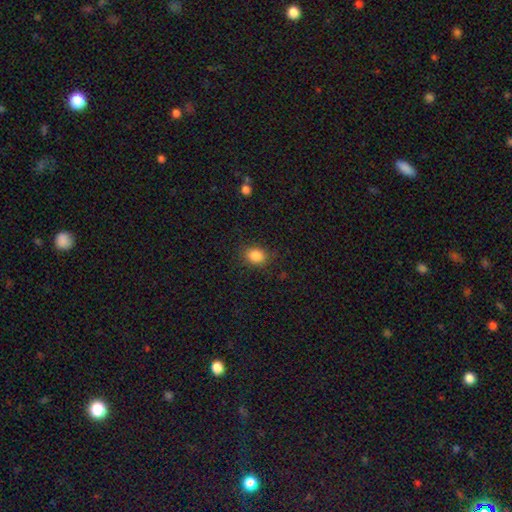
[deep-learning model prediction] smooth 85%, star or artifact 10%, featured or disk 5%. Down the decision tree: how rounded — in between (55%); merging — none (84%).